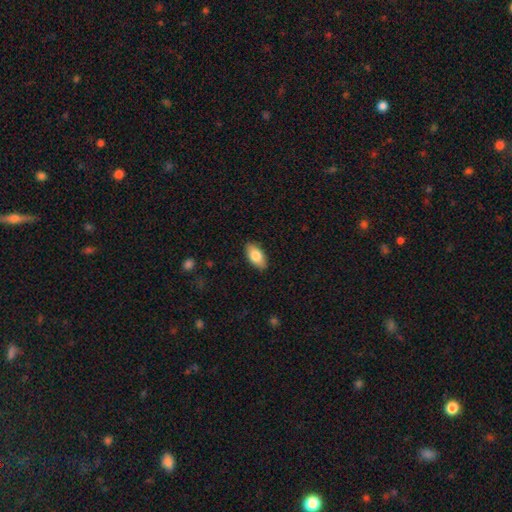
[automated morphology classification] This is clearly a smooth galaxy (82%). How rounded: clearly in between (93%). Merging: clearly none (88%).